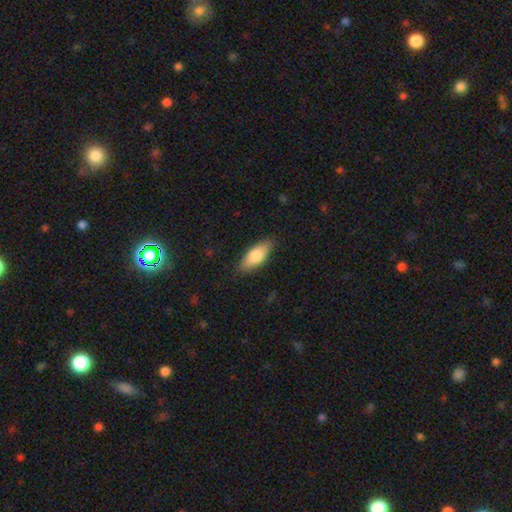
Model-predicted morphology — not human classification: Smooth or featured: smooth — 79% (featured or disk — 15%)
How rounded: in between — 79% (cigar-shaped — 19%)
Merging: none — 85% (minor disturbance — 12%)